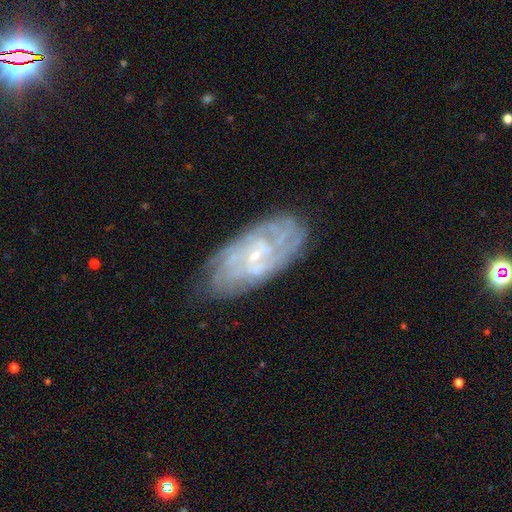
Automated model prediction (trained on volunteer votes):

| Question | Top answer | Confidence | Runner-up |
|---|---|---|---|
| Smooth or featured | featured or disk | 80% | smooth (12%) |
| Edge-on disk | no | 93% | yes (7%) |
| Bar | no | 47% | weak (42%) |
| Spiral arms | yes | 91% | no (9%) |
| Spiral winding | tight | 70% | medium (24%) |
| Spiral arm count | can't tell | 48% | 4 (15%) |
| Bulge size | small | 78% | moderate (16%) |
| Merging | none | 76% | minor disturbance (17%) |